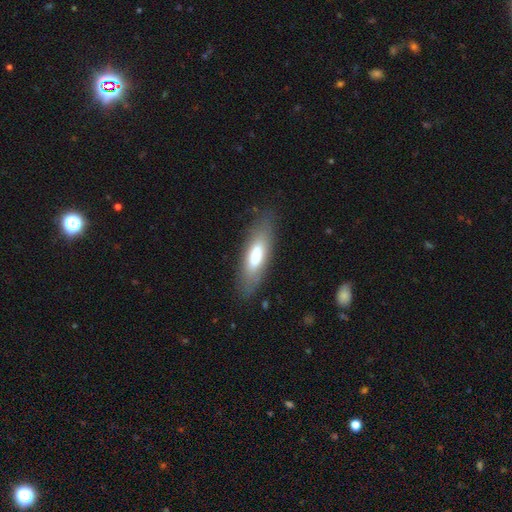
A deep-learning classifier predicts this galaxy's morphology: The model was most divided on "how rounded": in between: 53%, cigar-shaped: 45%, round: 2%. More confident: merging — none (83%); smooth or featured — smooth (69%).